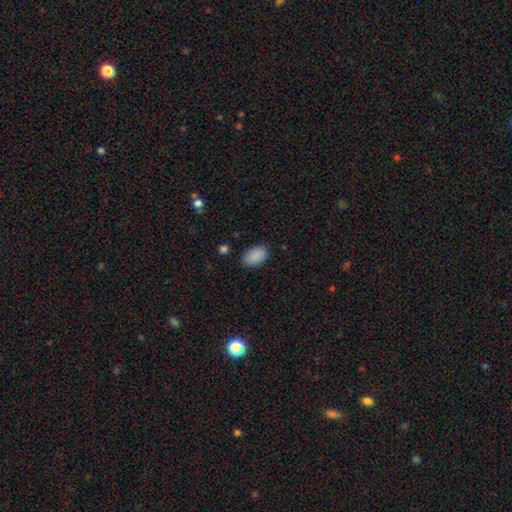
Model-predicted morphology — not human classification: smooth 89%, star or artifact 7%, featured or disk 4%. Down the decision tree: how rounded — in between (93%); merging — none (86%).